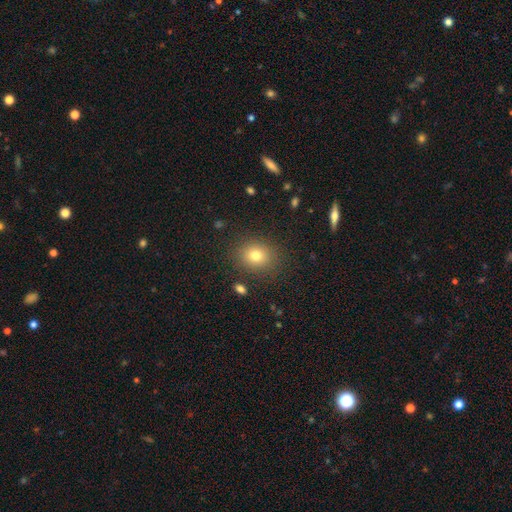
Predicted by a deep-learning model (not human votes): Overall: smooth (77%). How rounded: round (62%; in between 37%). Merging: none (86%).